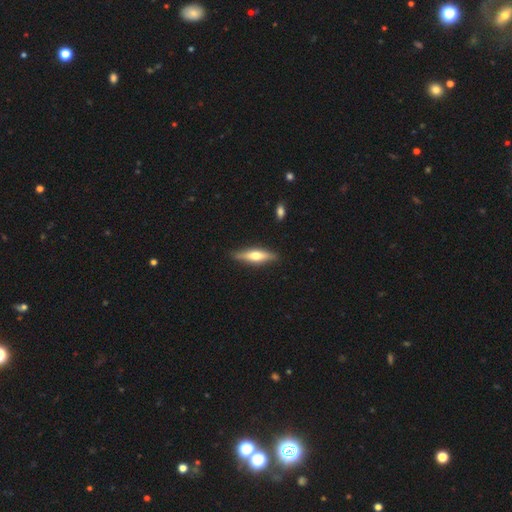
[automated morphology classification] Smooth or featured? Predicted: featured or disk (p=0.53). Edge-on disk? Predicted: yes (p=0.92). Merging? Predicted: none (p=0.88).